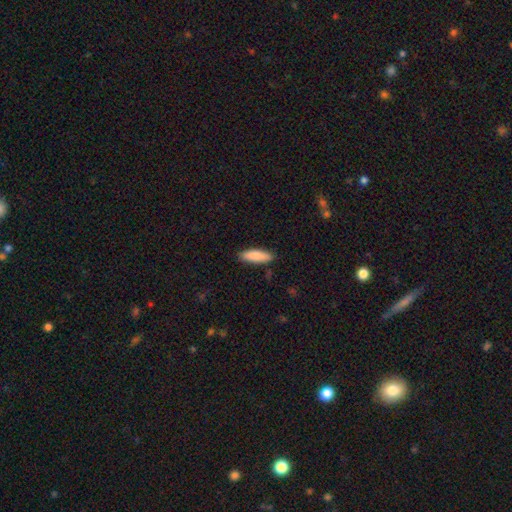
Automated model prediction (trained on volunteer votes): Smooth or featured?
  - smooth: 86% *
  - featured or disk: 9%
  - star or artifact: 5%
How rounded?
  - cigar-shaped: 53% *
  - in between: 45%
  - round: 2%
Merging?
  - none: 87% *
  - minor disturbance: 10%
  - major disturbance: 2%
  - merger: 1%